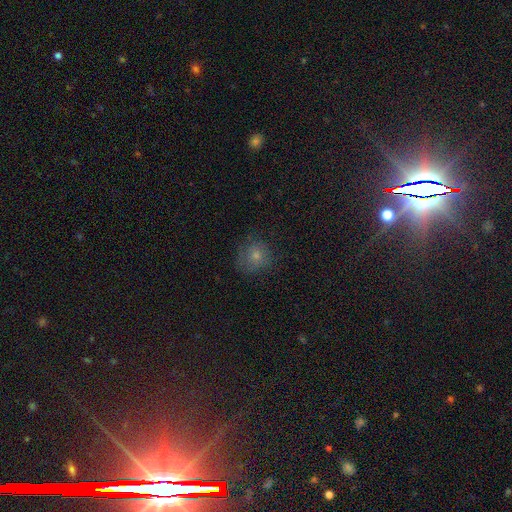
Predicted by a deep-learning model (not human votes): A smooth galaxy with no disk features (74%) that is round (82%).

Vote fractions:
- Smooth or featured? smooth: 74% / featured or disk: 13% / star or artifact: 12%
- How rounded? round: 82% / in between: 17% / cigar-shaped: 1%
- Merging? none: 69% / minor disturbance: 21% / major disturbance: 9% / merger: 1%